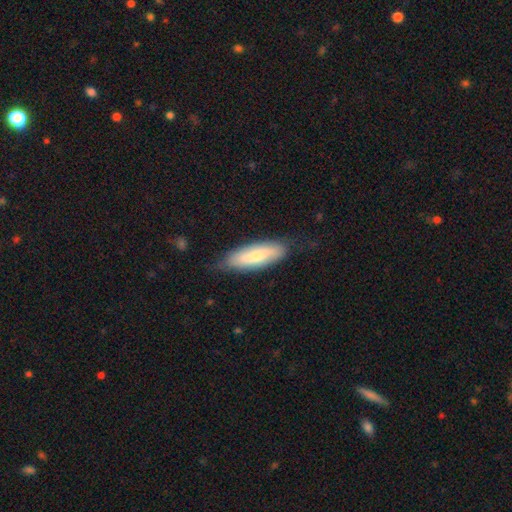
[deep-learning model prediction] smooth-or-featured: smooth: 65% | featured or disk: 29% | star or artifact: 6%
  how-rounded: in between: 56% | cigar-shaped: 42% | round: 2%
  merging: none: 73% | minor disturbance: 21% | major disturbance: 4% | merger: 1%